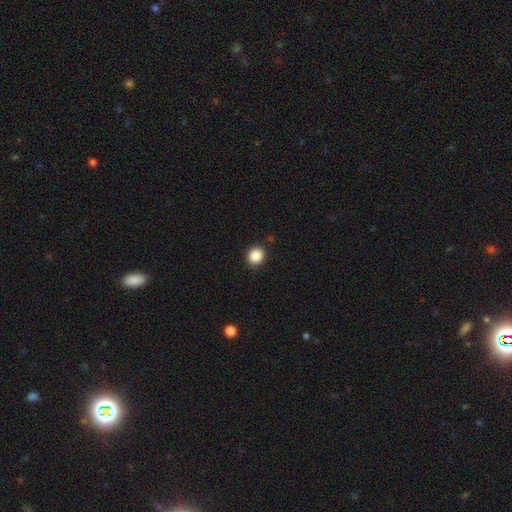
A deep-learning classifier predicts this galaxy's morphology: smooth_or_featured: smooth (p=0.87) [alt: star or artifact p=0.10]
how_rounded: round (p=0.83) [alt: in between p=0.16]
merging: none (p=0.91) [alt: minor disturbance p=0.06]